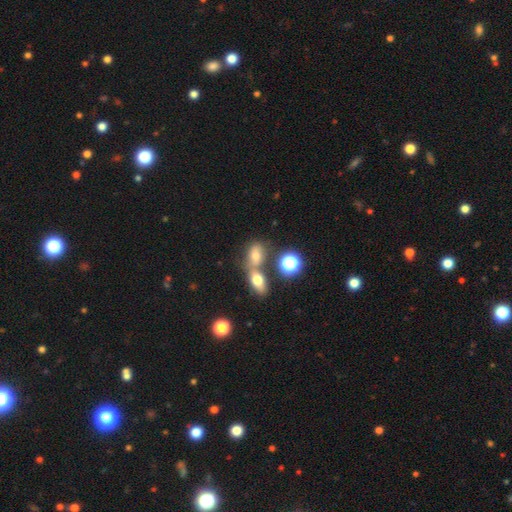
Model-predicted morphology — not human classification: Smooth or featured?
  - smooth: 64% *
  - star or artifact: 18%
  - featured or disk: 17%
How rounded?
  - in between: 71% *
  - round: 25%
  - cigar-shaped: 3%
Merging?
  - none: 42% * (tied)
  - merger: 42% * (tied)
  - minor disturbance: 11%
  - major disturbance: 5%